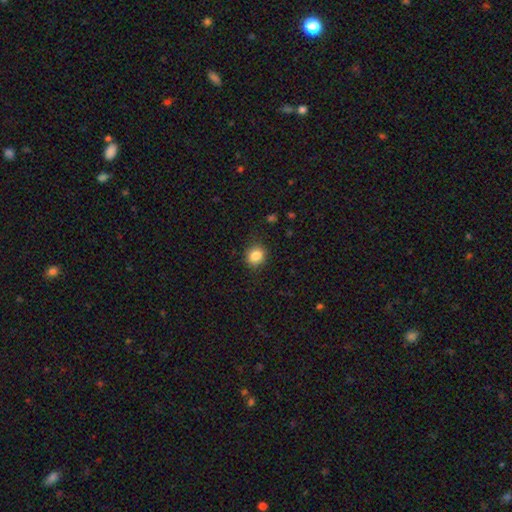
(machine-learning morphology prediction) Smooth or featured: smooth — 85% (star or artifact — 10%)
How rounded: round — 68% (in between — 31%)
Merging: none — 86% (minor disturbance — 10%)